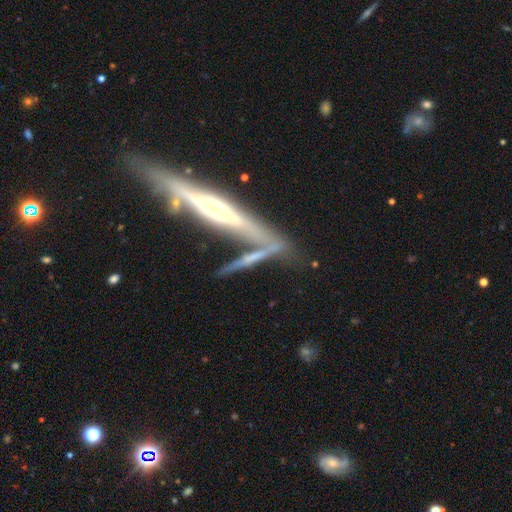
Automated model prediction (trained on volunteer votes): This appears to be a featured or disk galaxy (73%) viewed edge-on (86%) with a rounded central bulge (69%). Merging: none (46%).